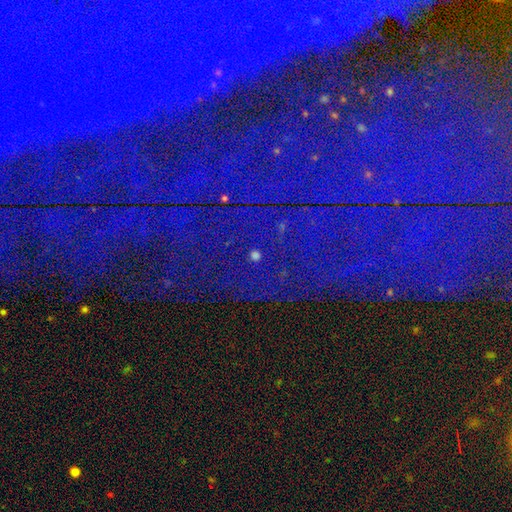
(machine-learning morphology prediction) star or artifact 78%, smooth 13%, featured or disk 9%.